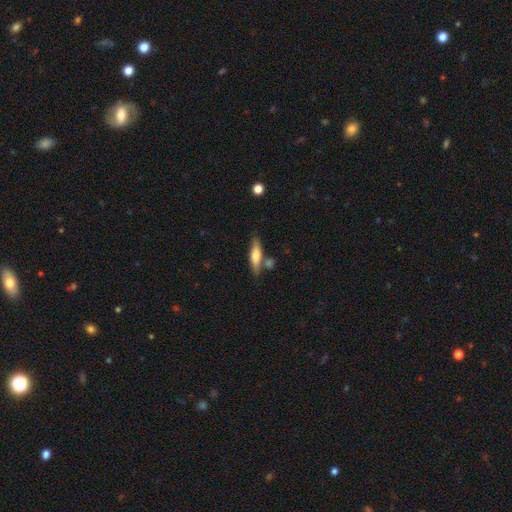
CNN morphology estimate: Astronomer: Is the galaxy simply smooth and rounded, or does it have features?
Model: smooth — 58% (runner-up: featured or disk, 36%).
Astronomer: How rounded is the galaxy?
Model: cigar-shaped — 69%.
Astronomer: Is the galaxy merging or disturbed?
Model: none — 69%.